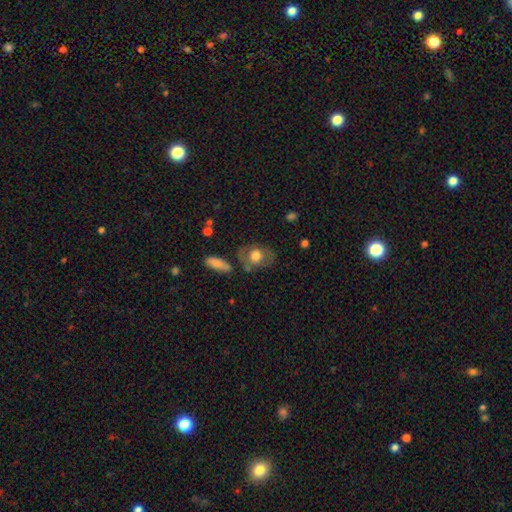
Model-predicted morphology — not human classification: This appears to be a smooth galaxy with no disk features (63%) that is in between round and cigar-shaped (54%). Merging: none (65%).